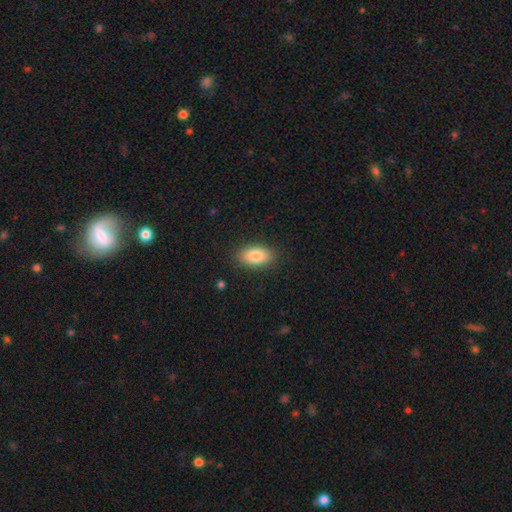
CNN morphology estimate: A smooth galaxy with no disk features (84%) that is in between round and cigar-shaped (91%). Merging: none (87%).